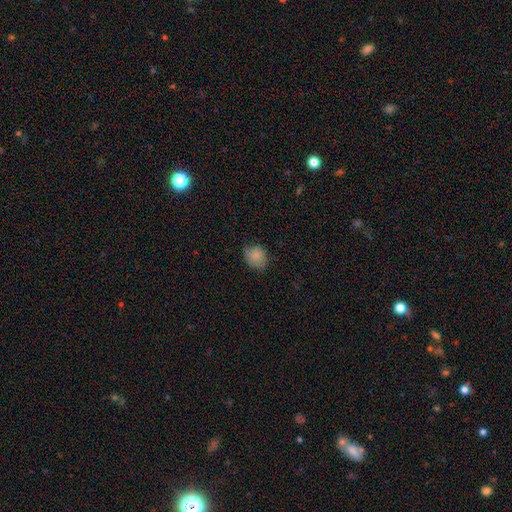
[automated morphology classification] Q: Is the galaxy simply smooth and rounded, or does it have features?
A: smooth — 82%.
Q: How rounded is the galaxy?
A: round — 63%.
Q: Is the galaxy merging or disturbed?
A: none — 62%.